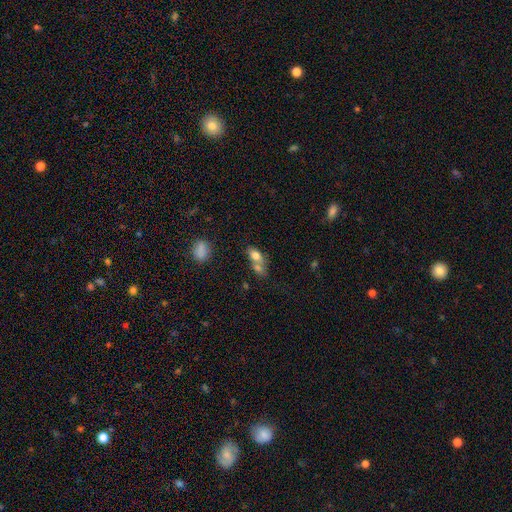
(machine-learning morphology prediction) Smooth or featured? smooth (74%)
How rounded? in between (75%)
Merging? merger (58%)